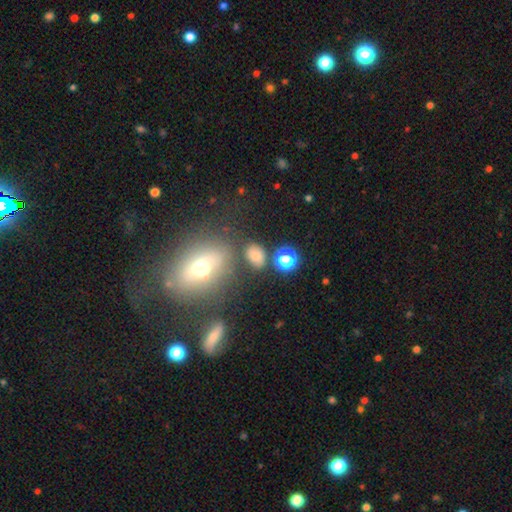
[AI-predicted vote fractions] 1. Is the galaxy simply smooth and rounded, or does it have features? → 69% smooth, 19% star or artifact, 12% featured or disk.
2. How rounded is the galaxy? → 65% in between, 33% round, 2% cigar-shaped.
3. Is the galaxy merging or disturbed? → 73% none, 14% minor disturbance, 8% merger, 5% major disturbance.